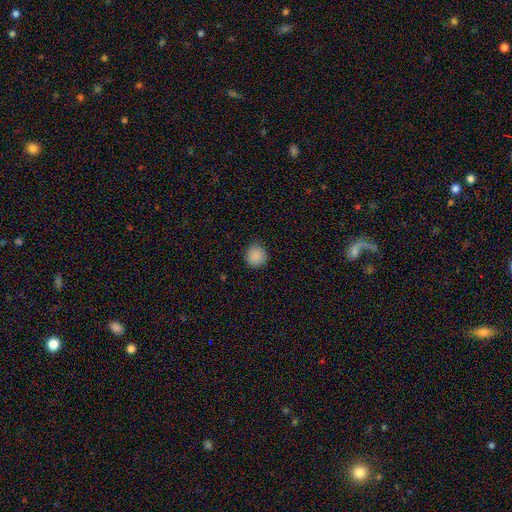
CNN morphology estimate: Smooth or featured? smooth (87%)
How rounded? round (90%)
Merging? none (88%)